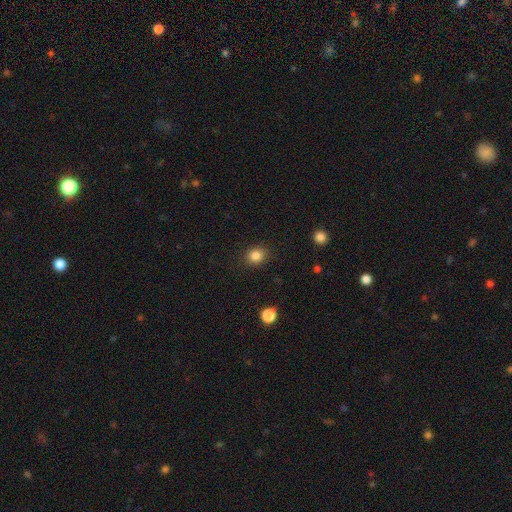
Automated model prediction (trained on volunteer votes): smooth 84%, star or artifact 11%, featured or disk 5%. Down the decision tree: how rounded — round (67%); merging — none (89%).